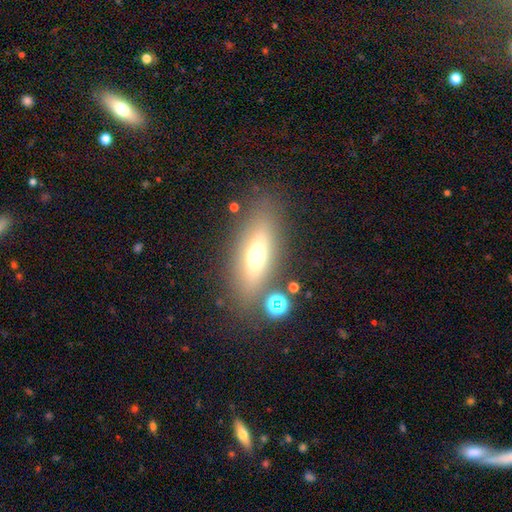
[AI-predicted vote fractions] Morphology: type=smooth (56%); roundness=in between (61%); merging=none (78%).